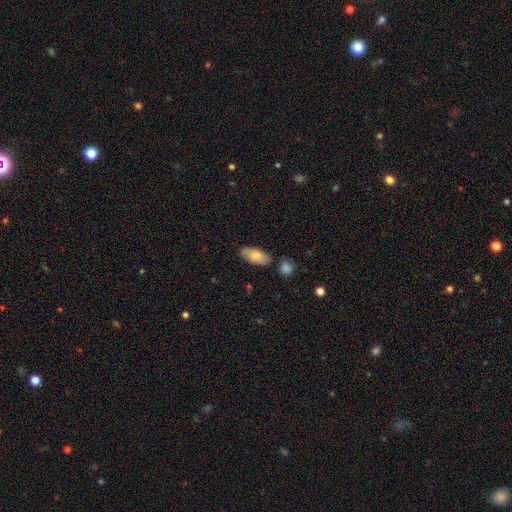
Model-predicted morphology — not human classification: Smooth or featured?
  - smooth: 79% *
  - featured or disk: 15%
  - star or artifact: 6%
How rounded?
  - in between: 88% *
  - cigar-shaped: 10%
  - round: 2%
Merging?
  - none: 77% *
  - minor disturbance: 15%
  - merger: 5%
  - major disturbance: 3%